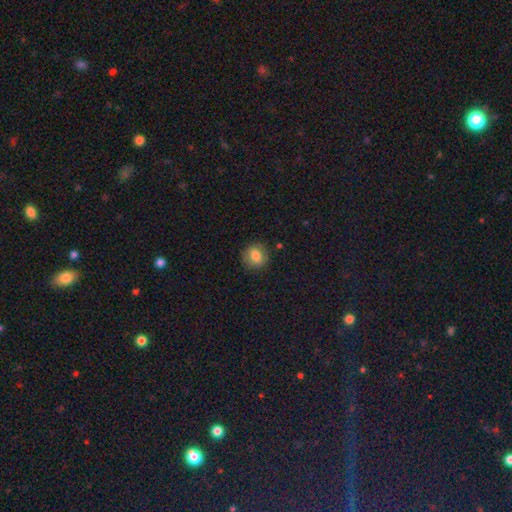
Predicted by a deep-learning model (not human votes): A smooth galaxy with no disk features (78%) that is round (81%).

Vote fractions:
- Smooth or featured? smooth: 78% / featured or disk: 12% / star or artifact: 9%
- How rounded? round: 81% / in between: 18% / cigar-shaped: 1%
- Merging? none: 84% / minor disturbance: 11% / major disturbance: 3% / merger: 1%